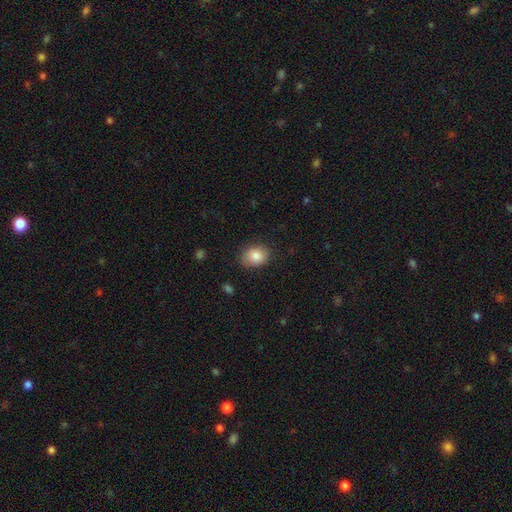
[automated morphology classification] A smooth galaxy with no disk features (84%) that is in between round and cigar-shaped (58%).

Vote fractions:
- Smooth or featured? smooth: 84% / featured or disk: 8% / star or artifact: 8%
- How rounded? in between: 58% / round: 41% / cigar-shaped: 1%
- Merging? none: 81% / minor disturbance: 14% / major disturbance: 3% / merger: 1%